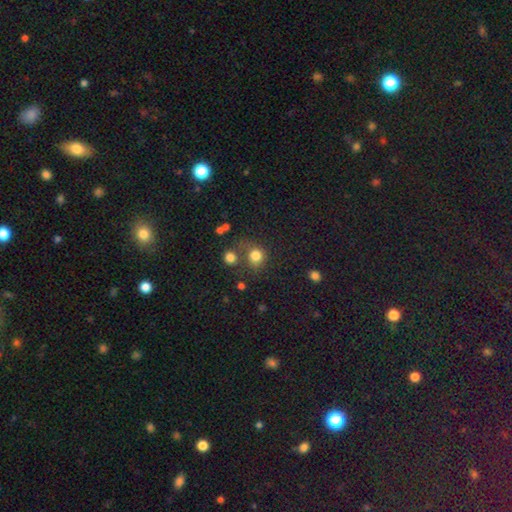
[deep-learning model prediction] The model was most divided on "merging": none: 58%, merger: 20%, minor disturbance: 14%, major disturbance: 8%. More confident: how rounded — round (82%); smooth or featured — smooth (80%).